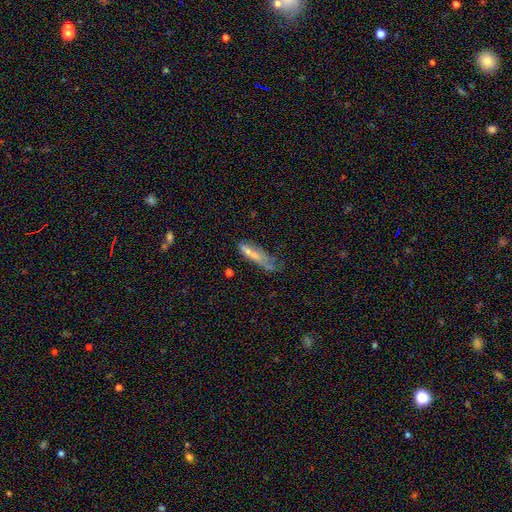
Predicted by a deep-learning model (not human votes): The model was most divided on "merging": none: 32%, minor disturbance: 30%, major disturbance: 26%, merger: 12%. More confident: how rounded — cigar-shaped (68%); smooth or featured — smooth (61%).